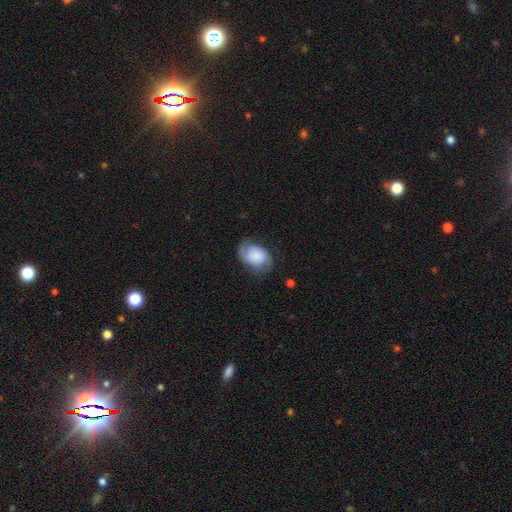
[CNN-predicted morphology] smooth-or-featured: featured or disk: 58% | smooth: 34% | star or artifact: 8%
  disk-edge-on: no: 97% | yes: 3%
    bar: no: 73% | weak: 22% | strong: 5%
    has-spiral-arms: yes: 90% | no: 10%
      spiral-winding: medium: 42% | tight: 35% | loose: 23%
      spiral-arm-count: 2: 83% | can't tell: 8% | 1: 5% | 3: 2% | 4: 1% | more than 4: 1%
    bulge-size: small: 36% | none: 20% | moderate: 18% | large: 17% | dominant: 9%
  merging: none: 64% | minor disturbance: 23% | major disturbance: 11% | merger: 1%